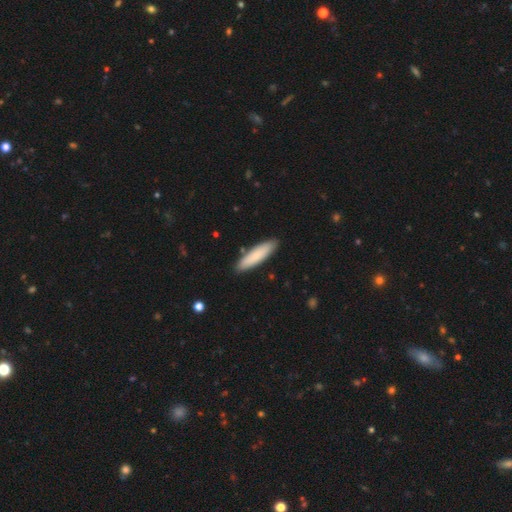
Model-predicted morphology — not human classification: This appears to be a smooth galaxy with no disk features (80%) that is cigar-shaped (71%). Merging: none (88%).